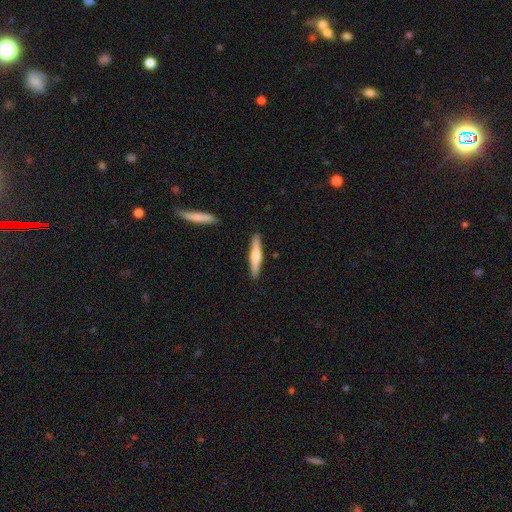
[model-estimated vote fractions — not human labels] The model was most divided on "smooth or featured": smooth: 51%, featured or disk: 44%, star or artifact: 5%. More confident: how rounded — cigar-shaped (89%); merging — none (89%).